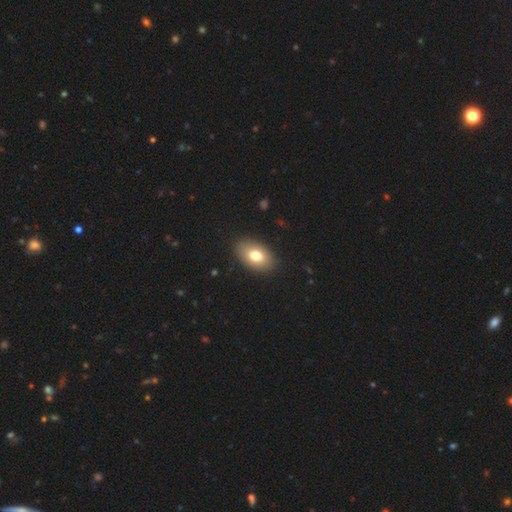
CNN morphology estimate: Smooth or featured? Predicted: smooth (p=0.76). How rounded? Predicted: in between (p=0.89). Merging? Predicted: none (p=0.89).